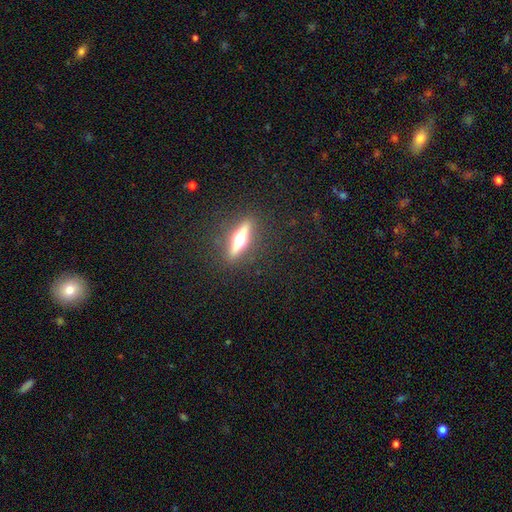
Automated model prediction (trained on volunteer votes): Smooth or featured? featured or disk (58%)
Edge-on disk? yes (90%)
Edge-on bulge? rounded (91%)
Merging? none (88%)